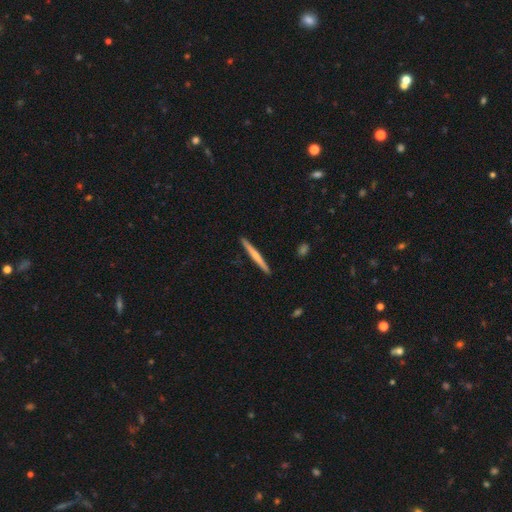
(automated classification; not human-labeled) smooth 51%, featured or disk 44%, star or artifact 5%. Down the decision tree: how rounded — cigar-shaped (96%); merging — none (92%).